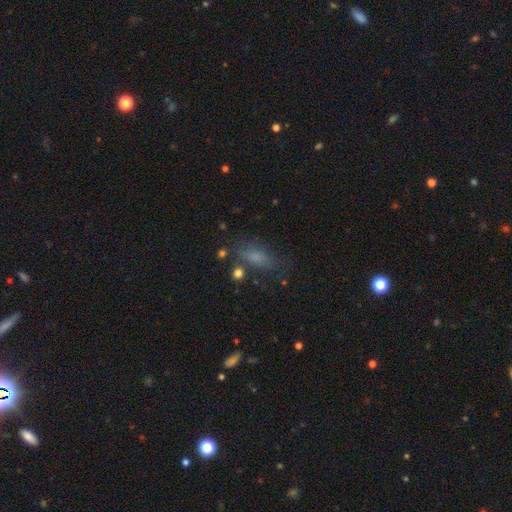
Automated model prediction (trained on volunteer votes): The model was most divided on "merging": none: 66%, minor disturbance: 18%, major disturbance: 10%, merger: 6%. More confident: how rounded — in between (72%); smooth or featured — smooth (67%).